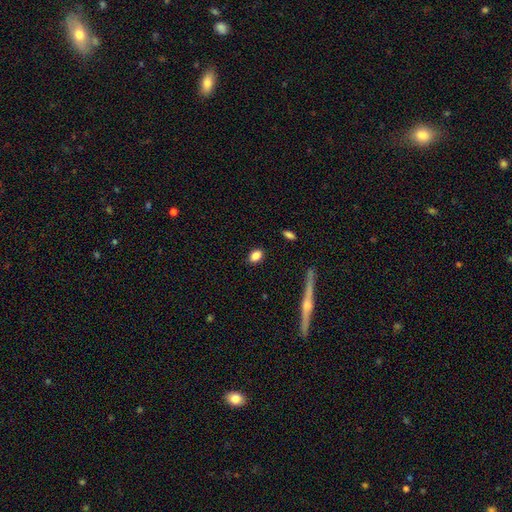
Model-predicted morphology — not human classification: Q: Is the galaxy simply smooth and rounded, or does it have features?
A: smooth — 85%.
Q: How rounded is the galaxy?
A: in between — 75%.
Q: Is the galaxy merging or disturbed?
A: none — 87%.